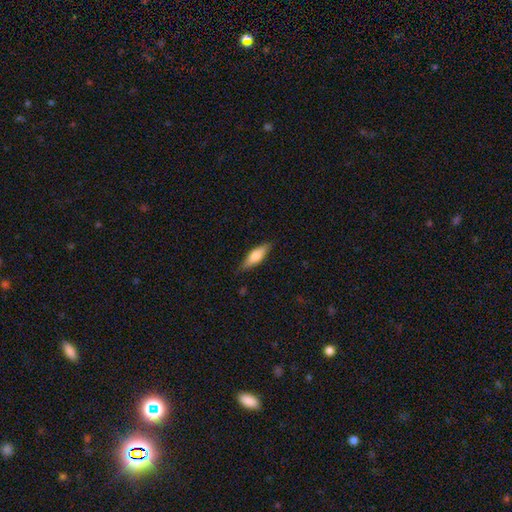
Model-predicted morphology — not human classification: Smooth or featured: smooth — 60% (featured or disk — 34%)
How rounded: cigar-shaped — 51% (in between — 46%)
Merging: none — 84% (minor disturbance — 12%)